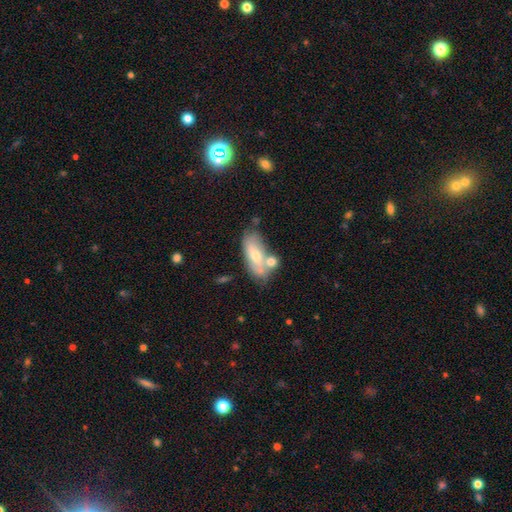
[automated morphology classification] Q: Smooth or featured?
A: smooth (58%); runner-up: featured or disk (35%)
Q: How rounded?
A: in between (80%); runner-up: cigar-shaped (16%)
Q: Merging?
A: none (45%); runner-up: merger (29%)